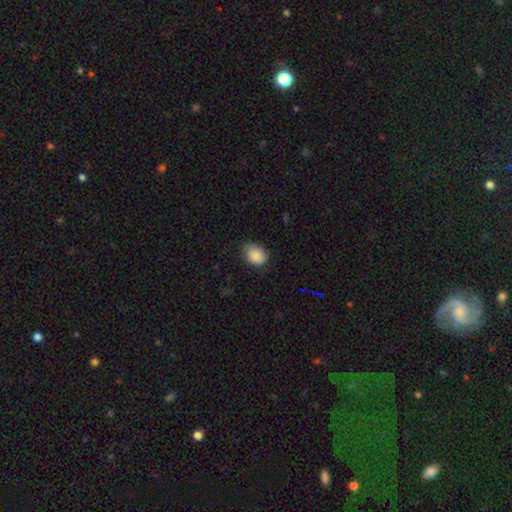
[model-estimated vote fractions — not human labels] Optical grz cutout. It shows a smooth galaxy with no disk features (87%) that is in between round and cigar-shaped (68%). Merging: none (71%).